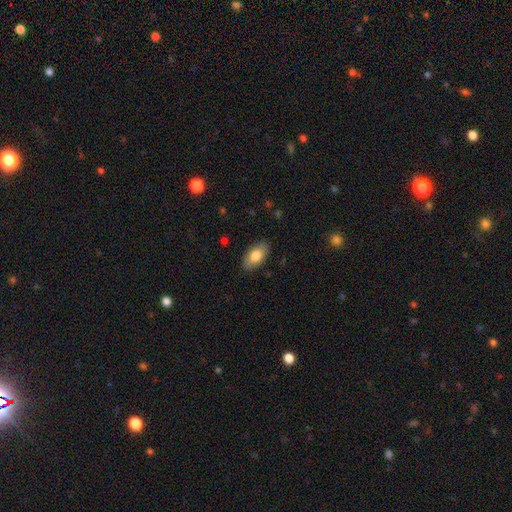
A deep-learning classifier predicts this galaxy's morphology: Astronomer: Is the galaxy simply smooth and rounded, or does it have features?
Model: smooth — 78%.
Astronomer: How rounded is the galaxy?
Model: in between — 93%.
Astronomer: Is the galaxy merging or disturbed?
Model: none — 87%.